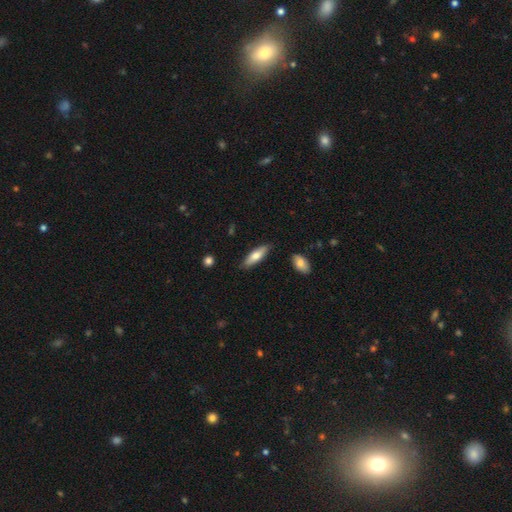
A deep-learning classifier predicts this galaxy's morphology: Smooth or featured? smooth (71%)
How rounded? cigar-shaped (52%)
Merging? none (84%)